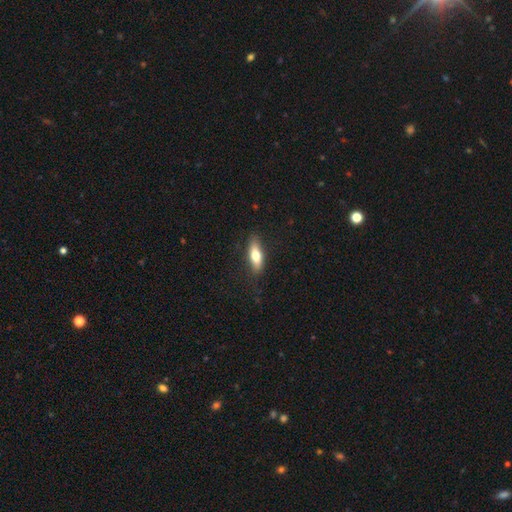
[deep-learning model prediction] Smooth or featured?
  - smooth: 68% *
  - featured or disk: 26%
  - star or artifact: 6%
How rounded?
  - in between: 56% *
  - cigar-shaped: 41%
  - round: 3%
Merging?
  - none: 82% *
  - minor disturbance: 14%
  - major disturbance: 3%
  - merger: 1%